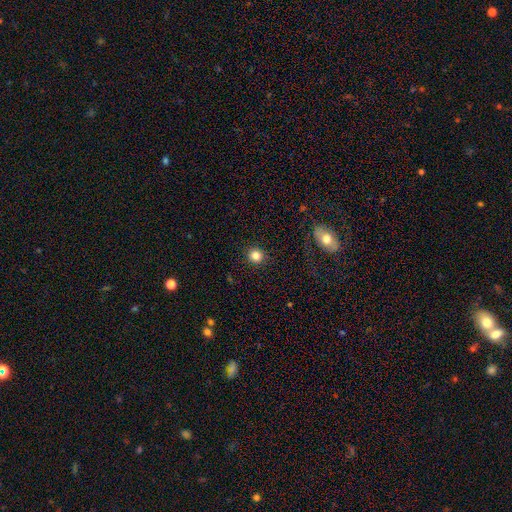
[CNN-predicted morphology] A smooth galaxy with no disk features (84%) that is round (92%). Merging: none (91%).